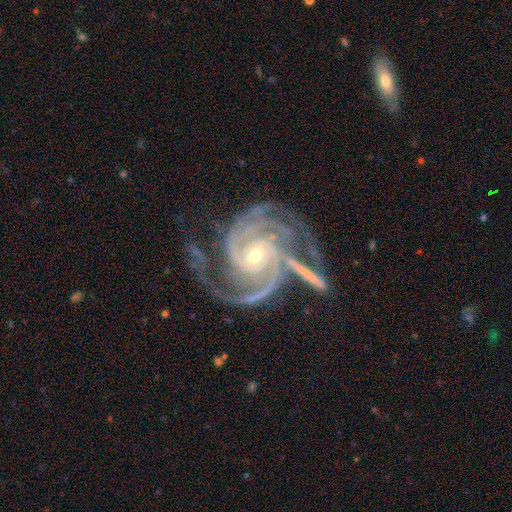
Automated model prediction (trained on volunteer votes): featured or disk 94%, star or artifact 4%, smooth 2%. Down the decision tree: edge-on disk — no (98%); bar — no (51%); spiral arms — yes (99%); spiral arm count — 3 (36%); spiral winding — tight (63%); bulge size — small (71%); merging — none (51%).